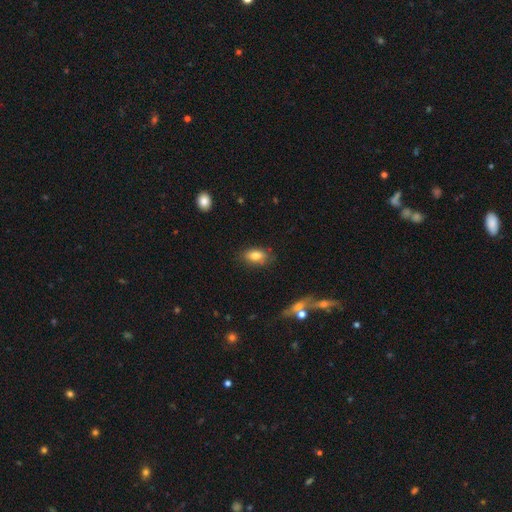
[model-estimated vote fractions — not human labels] Smooth or featured? Predicted: smooth (p=0.80). How rounded? Predicted: in between (p=0.89). Merging? Predicted: none (p=0.80).